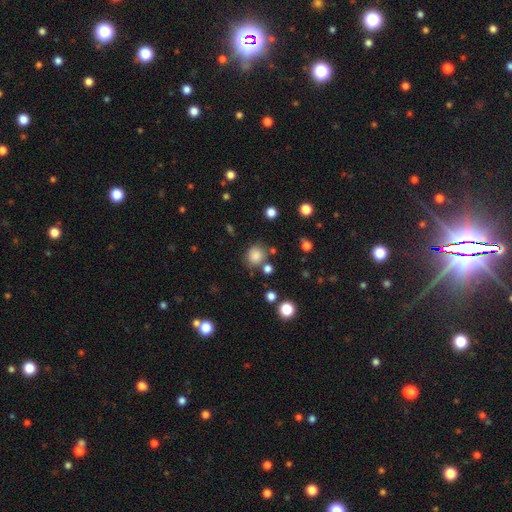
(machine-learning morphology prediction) A smooth galaxy with no disk features (83%) that is round (84%). Merging: none (75%).